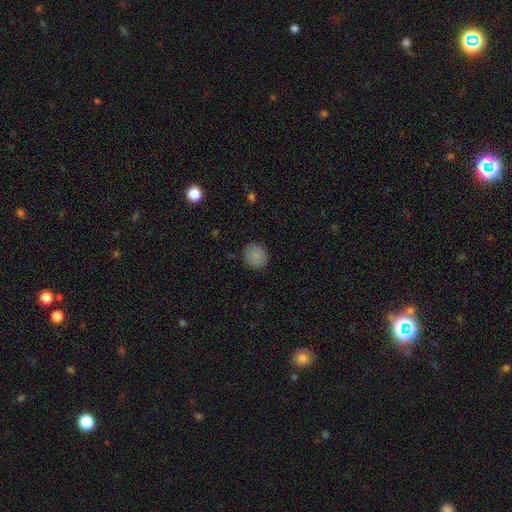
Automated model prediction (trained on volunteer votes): Q: Smooth or featured?
A: smooth (86%); runner-up: star or artifact (9%)
Q: How rounded?
A: round (88%); runner-up: in between (11%)
Q: Merging?
A: none (87%); runner-up: minor disturbance (9%)